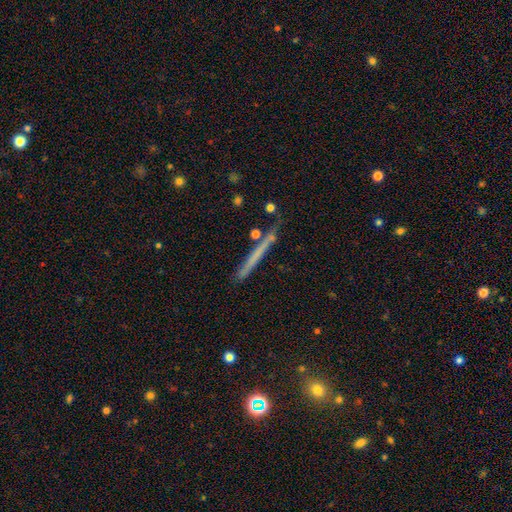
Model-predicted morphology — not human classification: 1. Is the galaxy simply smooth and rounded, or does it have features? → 53% smooth, 40% featured or disk, 8% star or artifact.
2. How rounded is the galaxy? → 96% cigar-shaped, 2% in between, 2% round.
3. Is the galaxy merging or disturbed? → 80% none, 13% minor disturbance, 4% merger, 3% major disturbance.